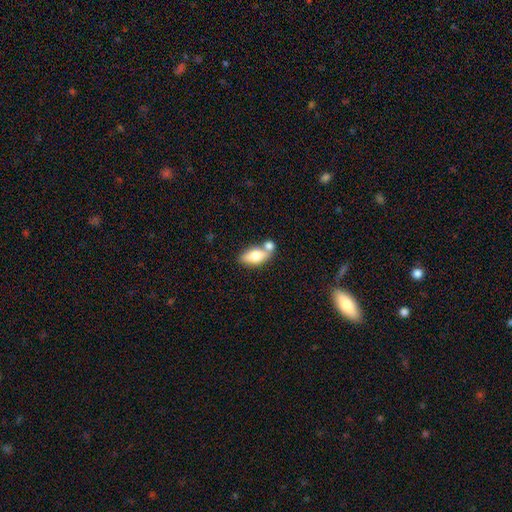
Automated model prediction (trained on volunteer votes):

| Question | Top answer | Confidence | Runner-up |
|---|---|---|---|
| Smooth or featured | smooth | 73% | featured or disk (20%) |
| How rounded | in between | 86% | cigar-shaped (9%) |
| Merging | none | 43% | merger (40%) |